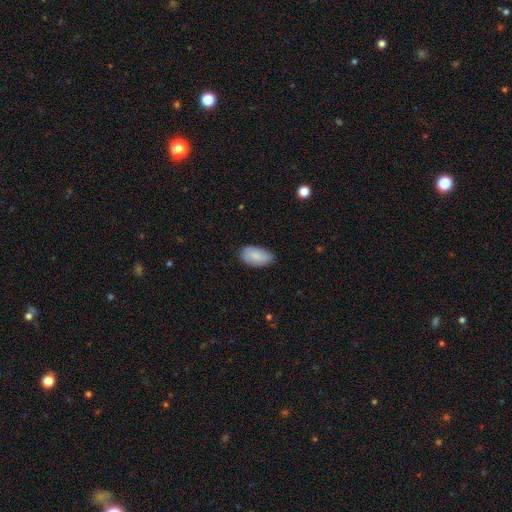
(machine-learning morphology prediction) Smooth or featured? smooth (82%)
How rounded? in between (94%)
Merging? none (75%)